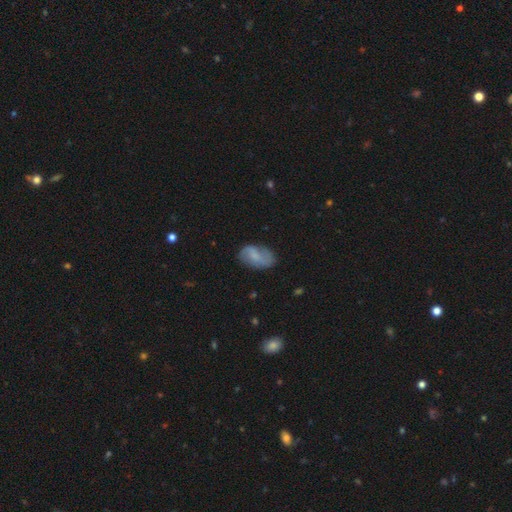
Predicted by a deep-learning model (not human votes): A smooth galaxy with no disk features (48%). Merging: none (69%).